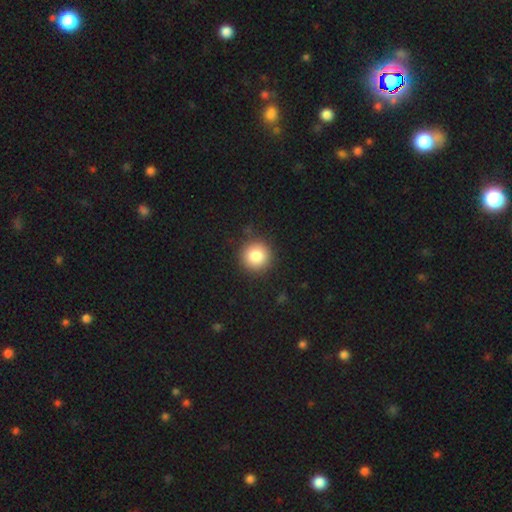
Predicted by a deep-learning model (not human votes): Smooth or featured? smooth (84%)
How rounded? round (94%)
Merging? none (90%)